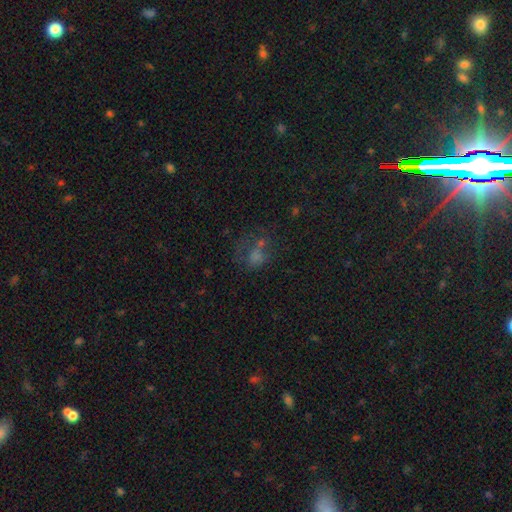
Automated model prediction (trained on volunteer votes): Overall: smooth (44%; star or artifact 32%). Merging: none (37%; major disturbance 28%).